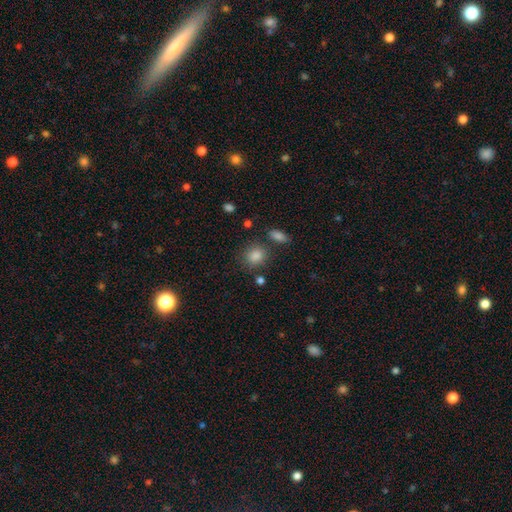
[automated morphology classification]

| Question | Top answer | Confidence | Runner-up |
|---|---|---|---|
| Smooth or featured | smooth | 81% | star or artifact (13%) |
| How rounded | round | 78% | in between (21%) |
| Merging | none | 79% | minor disturbance (10%) |